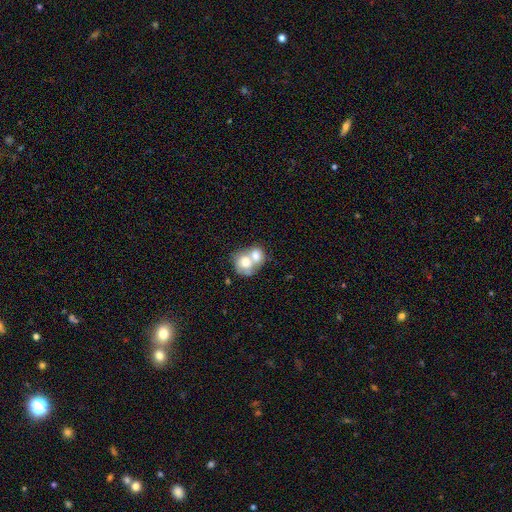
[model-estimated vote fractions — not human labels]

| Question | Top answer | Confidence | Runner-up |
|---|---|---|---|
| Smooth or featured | smooth | 65% | featured or disk (28%) |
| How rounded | round | 58% | in between (41%) |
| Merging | merger | 76% | none (15%) |